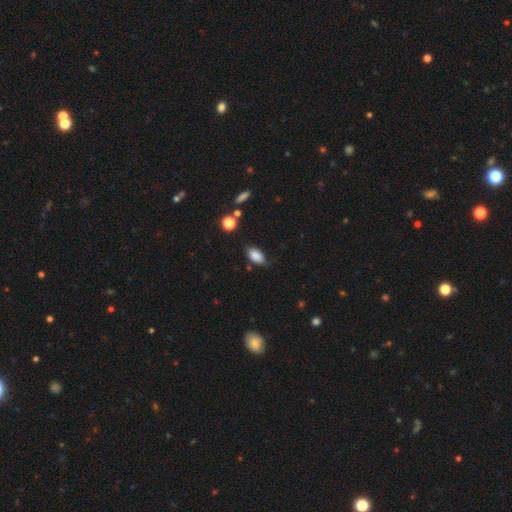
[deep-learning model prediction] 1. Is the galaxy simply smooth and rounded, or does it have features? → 86% smooth, 9% star or artifact, 6% featured or disk.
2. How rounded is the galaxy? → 92% in between, 6% round, 3% cigar-shaped.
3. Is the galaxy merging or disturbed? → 72% none, 22% minor disturbance, 4% major disturbance, 2% merger.